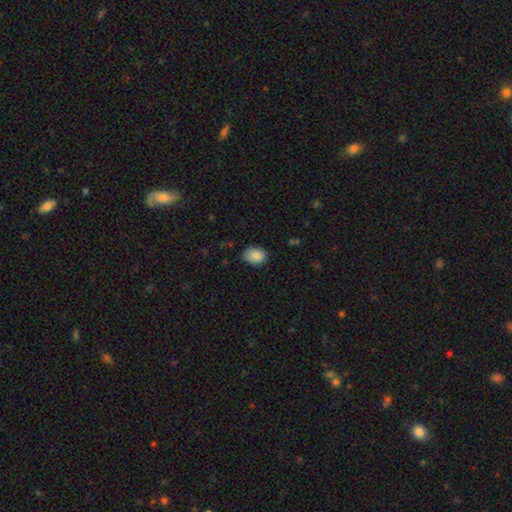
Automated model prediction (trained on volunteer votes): Smooth or featured? Predicted: smooth (p=0.88). How rounded? Predicted: in between (p=0.67). Merging? Predicted: none (p=0.71).